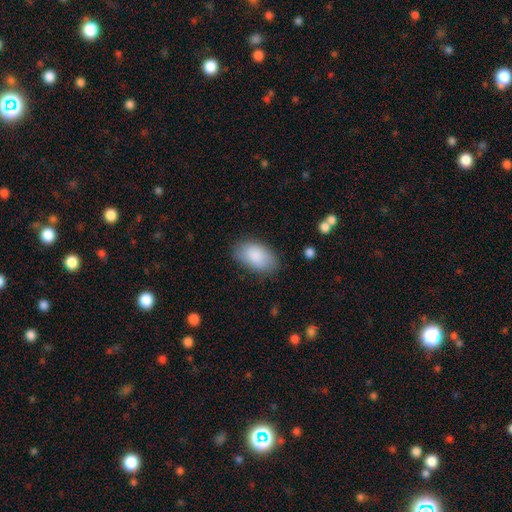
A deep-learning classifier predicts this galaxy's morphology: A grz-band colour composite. It shows a smooth galaxy with no disk features (87%) that is in between round and cigar-shaped (94%). Merging: none (82%).